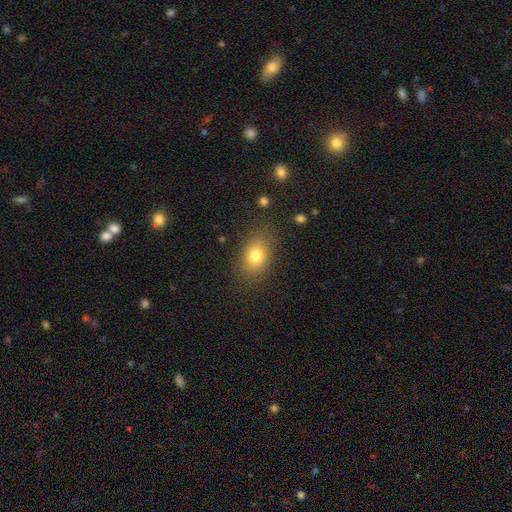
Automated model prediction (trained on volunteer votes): Smooth or featured?
  - smooth: 78% *
  - featured or disk: 11%
  - star or artifact: 11%
How rounded?
  - in between: 77% *
  - round: 21%
  - cigar-shaped: 2%
Merging?
  - none: 83% *
  - minor disturbance: 12%
  - major disturbance: 4%
  - merger: 1%